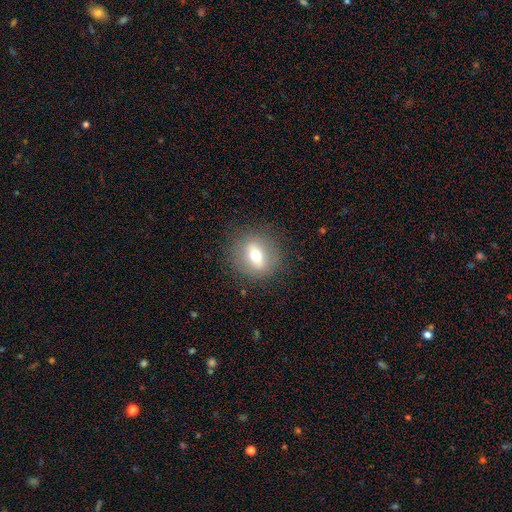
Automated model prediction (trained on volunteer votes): Smooth or featured? Predicted: smooth (p=0.58). How rounded? Predicted: round (p=0.69). Merging? Predicted: none (p=0.85).